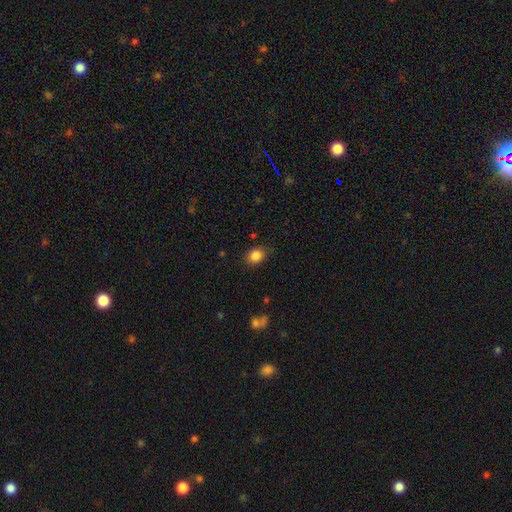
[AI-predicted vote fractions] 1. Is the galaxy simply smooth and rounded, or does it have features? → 85% smooth, 10% star or artifact, 4% featured or disk.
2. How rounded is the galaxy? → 59% round, 40% in between, 1% cigar-shaped.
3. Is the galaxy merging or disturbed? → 81% none, 14% minor disturbance, 3% major disturbance, 2% merger.